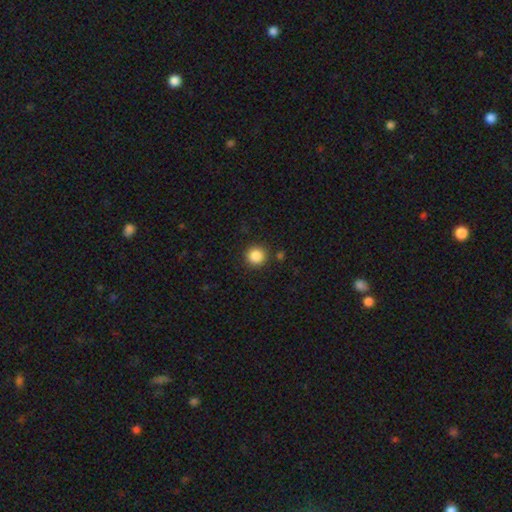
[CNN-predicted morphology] A smooth galaxy with no disk features (86%) that is round (94%). Merging: none (89%).